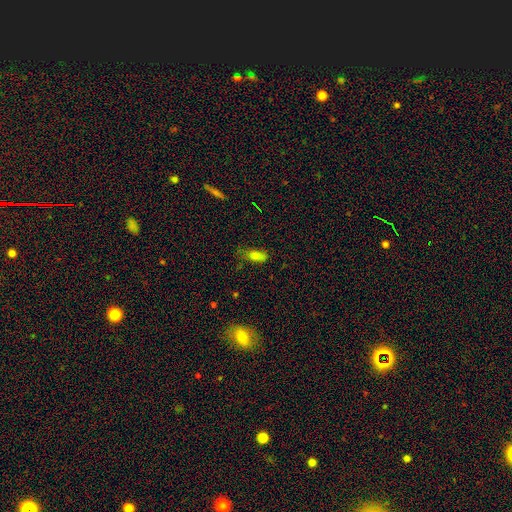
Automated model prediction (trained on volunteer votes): Smooth or featured? smooth (76%)
How rounded? in between (80%)
Merging? none (57%)